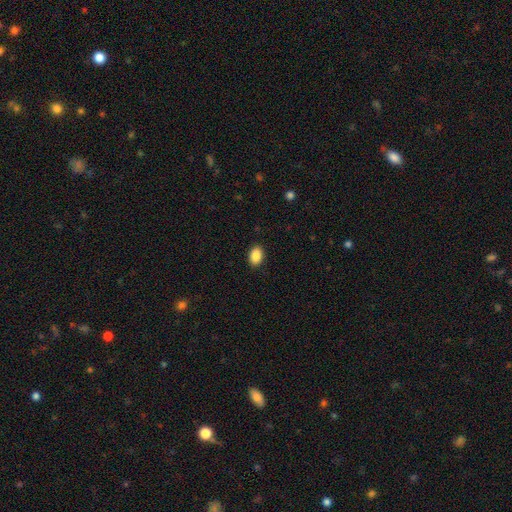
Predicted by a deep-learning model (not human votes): This appears to be a smooth galaxy with no disk features (89%) that is in between round and cigar-shaped (86%). Merging: none (90%).